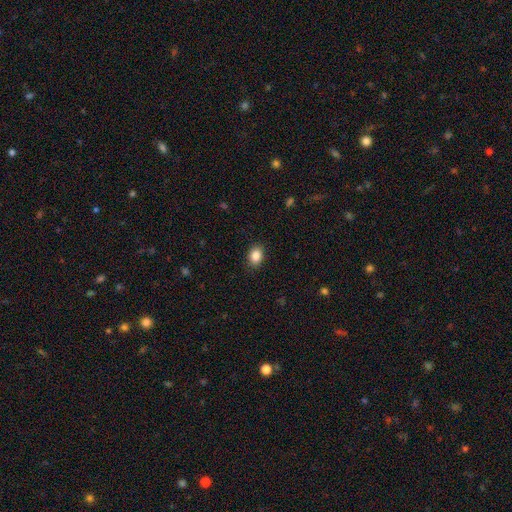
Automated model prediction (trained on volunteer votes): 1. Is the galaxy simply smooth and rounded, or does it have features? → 87% smooth, 9% star or artifact, 4% featured or disk.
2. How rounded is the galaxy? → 68% in between, 31% round, 1% cigar-shaped.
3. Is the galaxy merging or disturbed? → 88% none, 9% minor disturbance, 2% major disturbance, 1% merger.